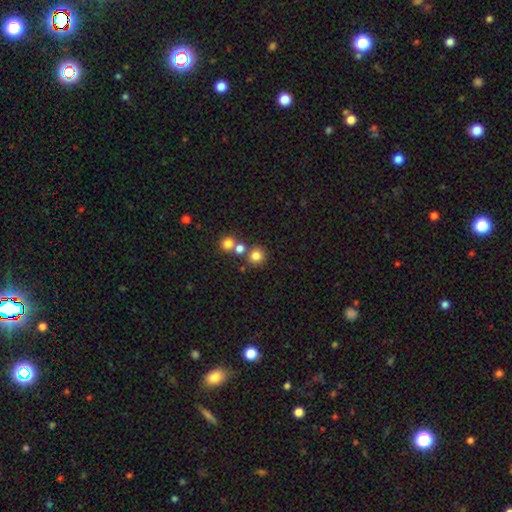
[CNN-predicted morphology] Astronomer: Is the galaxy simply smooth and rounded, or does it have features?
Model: smooth — 79%.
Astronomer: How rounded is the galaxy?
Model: round — 92%.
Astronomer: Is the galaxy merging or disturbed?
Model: none — 71%.